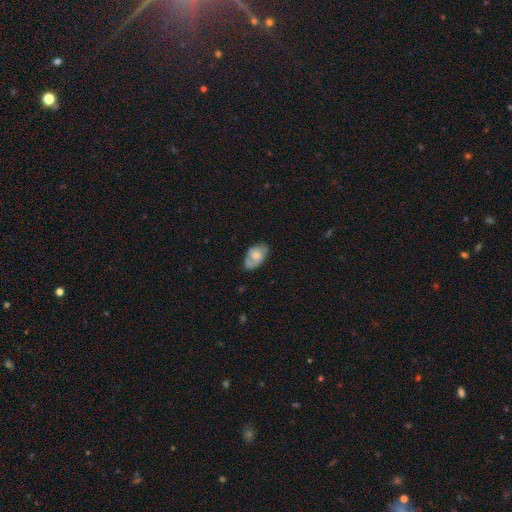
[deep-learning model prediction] This appears to be a smooth galaxy with no disk features (50%) that is in between round and cigar-shaped (91%). Merging: none (60%).